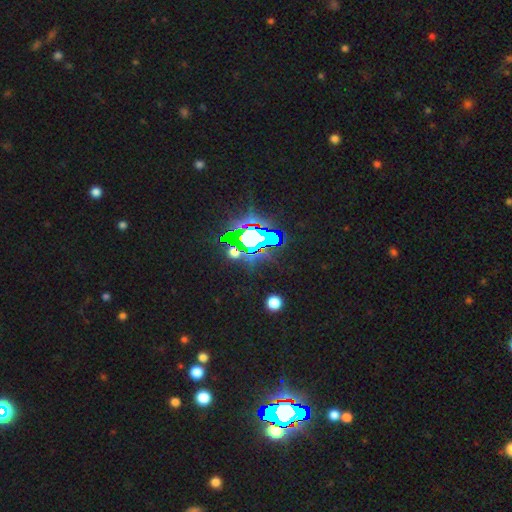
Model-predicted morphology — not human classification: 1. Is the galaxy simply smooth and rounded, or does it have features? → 83% star or artifact, 9% smooth, 8% featured or disk.